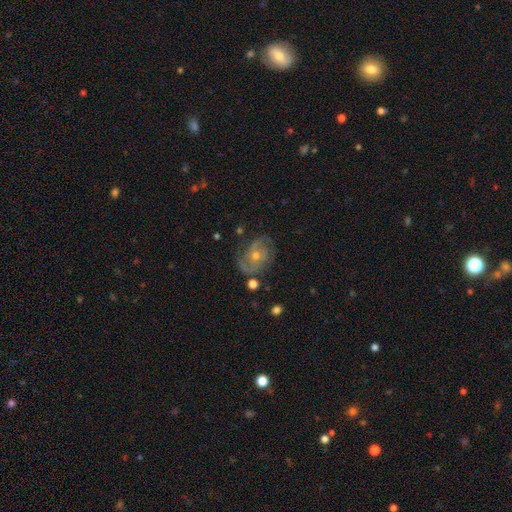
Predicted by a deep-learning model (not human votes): A featured or disk galaxy (81%) with no bar (73%), 2 (60%) tight (52%) spiral arms (93%) and a moderate central bulge (53%).

Vote fractions:
- Smooth or featured? featured or disk: 81% / smooth: 11% / star or artifact: 9%
- Edge-on disk? no: 97% / yes: 3%
- Bar? no: 73% / weak: 23% / strong: 5%
- Spiral arms? yes: 93% / no: 7%
- Spiral winding? tight: 52% / medium: 38% / loose: 10%
- Spiral arm count? 2: 60% / can't tell: 17% / 3: 12% / 1: 5% / 4: 3% / more than 4: 3%
- Bulge size? moderate: 53% / small: 44% / large: 2% / none: 1% / dominant: 1%
- Merging? none: 74% / minor disturbance: 17% / major disturbance: 7% / merger: 3%